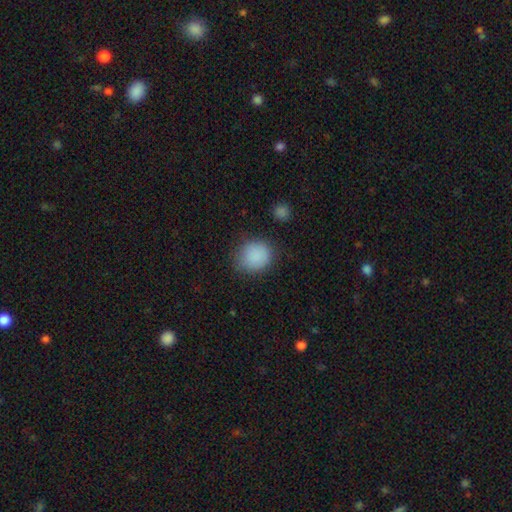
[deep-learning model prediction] Smooth or featured: smooth — 86% (star or artifact — 9%)
How rounded: round — 74% (in between — 25%)
Merging: none — 77% (minor disturbance — 16%)